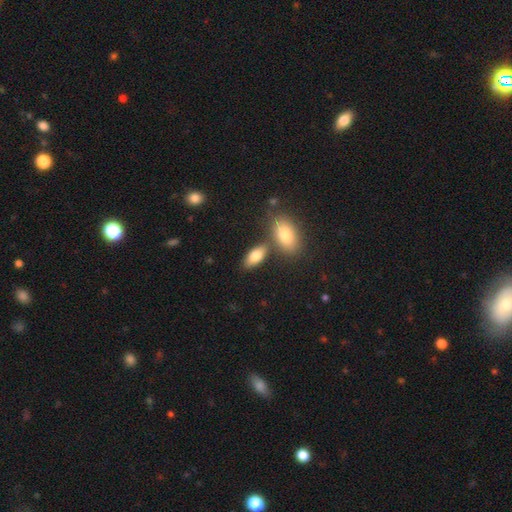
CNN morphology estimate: This is clearly a smooth galaxy (81%). How rounded: clearly in between (88%). Merging: likely none (67%).